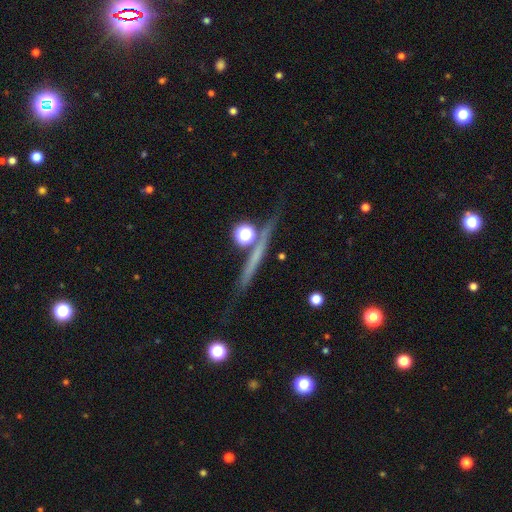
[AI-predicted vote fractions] Smooth or featured? featured or disk (53%)
Edge-on disk? yes (94%)
Merging? none (80%)